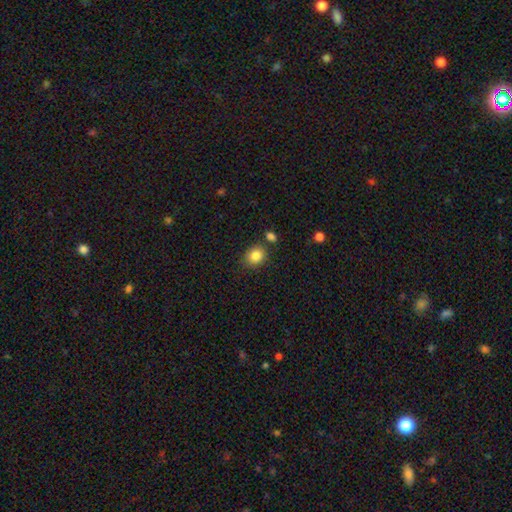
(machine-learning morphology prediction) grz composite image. It shows a smooth galaxy with no disk features (86%) that is round (57%). Merging: none (76%).